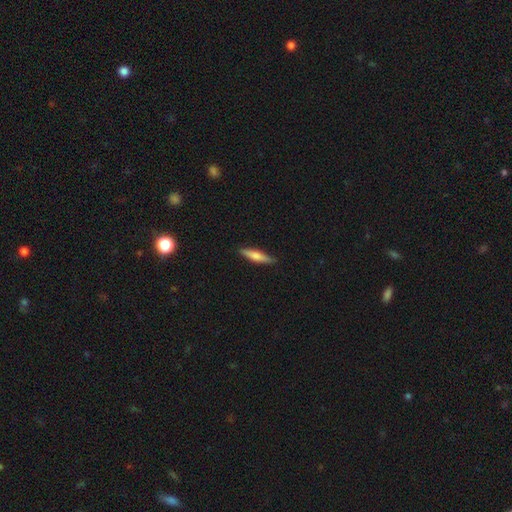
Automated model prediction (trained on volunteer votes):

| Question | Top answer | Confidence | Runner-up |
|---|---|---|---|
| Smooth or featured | smooth | 62% | featured or disk (33%) |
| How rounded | cigar-shaped | 83% | in between (16%) |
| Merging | none | 88% | minor disturbance (9%) |